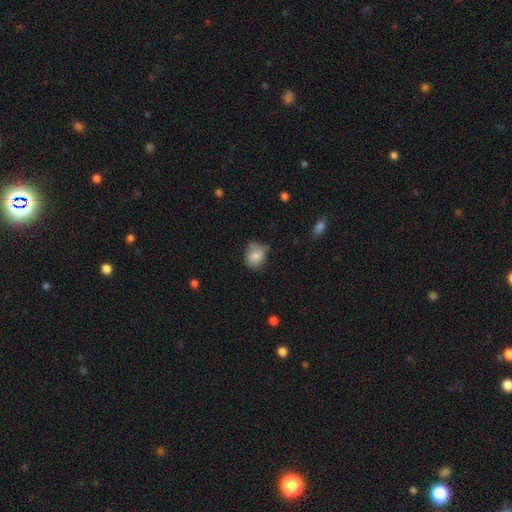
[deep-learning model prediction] Smooth or featured: smooth — 80% (featured or disk — 12%)
How rounded: round — 56% (in between — 43%)
Merging: none — 58% (minor disturbance — 31%)